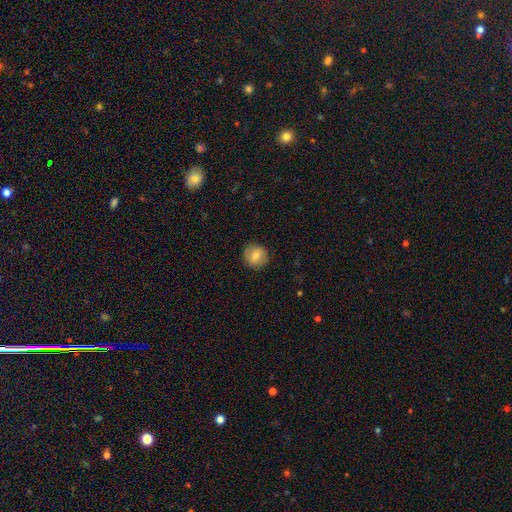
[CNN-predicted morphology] Q: Smooth or featured?
A: smooth (76%); runner-up: featured or disk (15%)
Q: How rounded?
A: round (90%); runner-up: in between (9%)
Q: Merging?
A: none (88%); runner-up: minor disturbance (8%)